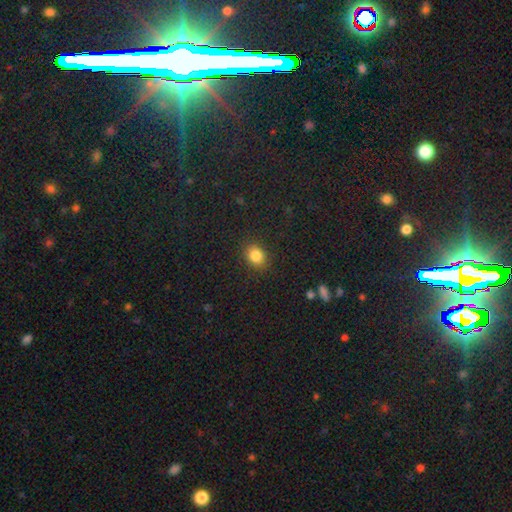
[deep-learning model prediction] Smooth or featured? Predicted: smooth (p=0.84). How rounded? Predicted: round (p=0.51). Merging? Predicted: none (p=0.88).